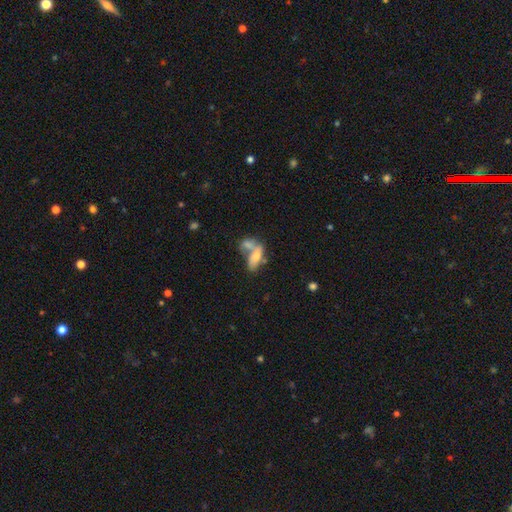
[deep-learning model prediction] Q: Smooth or featured?
A: smooth (53%); runner-up: featured or disk (36%)
Q: How rounded?
A: in between (78%); runner-up: cigar-shaped (15%)
Q: Merging?
A: merger (59%); runner-up: none (22%)